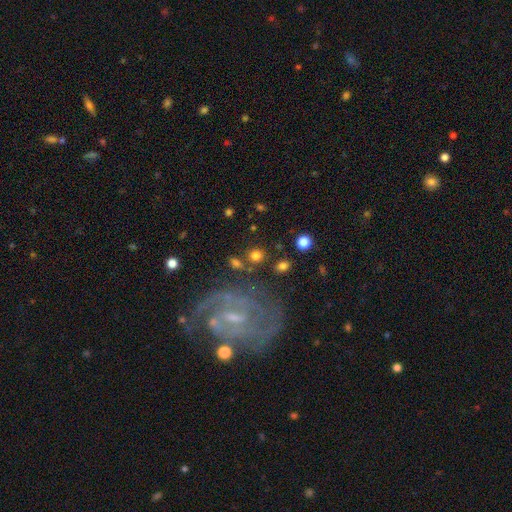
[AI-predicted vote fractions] A smooth galaxy with no disk features (75%) that is round (84%).

Vote fractions:
- Smooth or featured? smooth: 75% / featured or disk: 13% / star or artifact: 11%
- How rounded? round: 84% / in between: 15% / cigar-shaped: 1%
- Merging? none: 80% / minor disturbance: 9% / merger: 7% / major disturbance: 5%